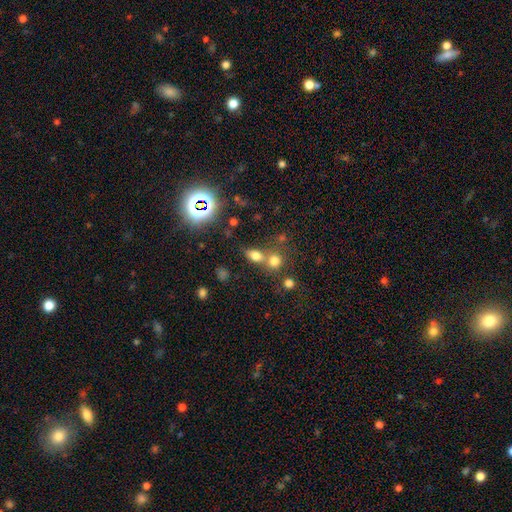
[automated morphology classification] Overall: smooth (69%). How rounded: in between (59%; round 37%). Merging: none (47%; merger 39%).